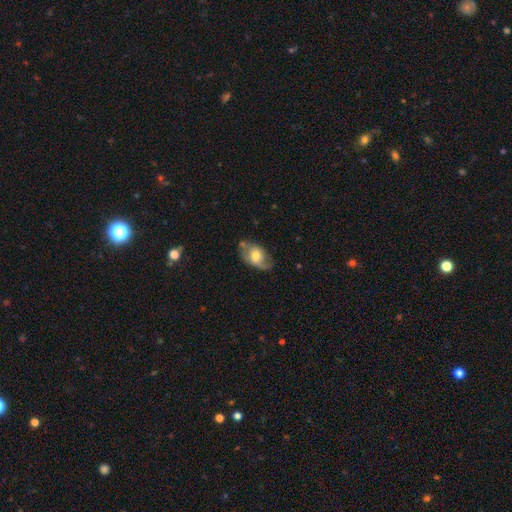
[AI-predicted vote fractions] Smooth or featured? featured or disk (50%)
Merging? none (55%)